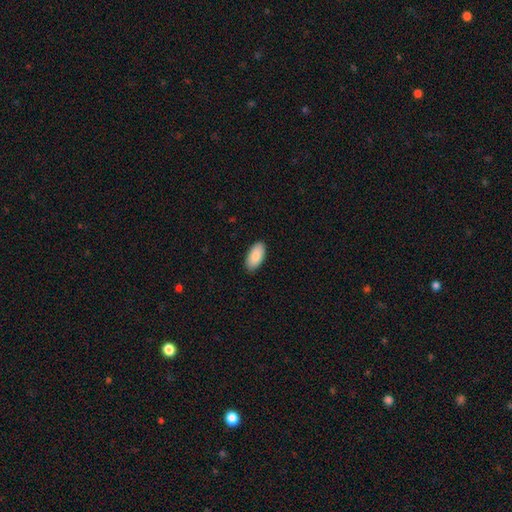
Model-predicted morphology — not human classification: smooth-or-featured: smooth: 89% | star or artifact: 6% | featured or disk: 5%
  how-rounded: in between: 94% | cigar-shaped: 4% | round: 2%
  merging: none: 88% | minor disturbance: 9% | major disturbance: 2% | merger: 1%